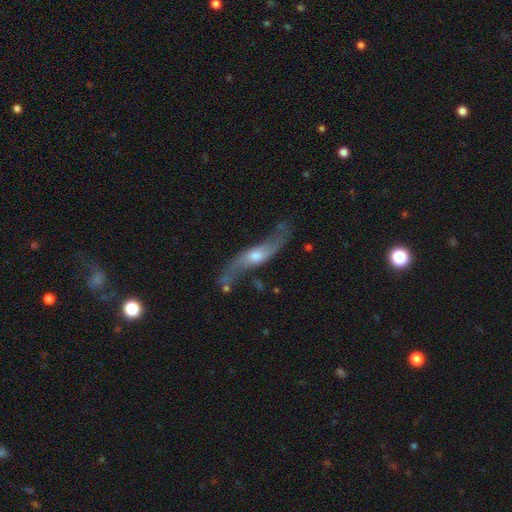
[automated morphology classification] The model was most divided on "bar": no: 55%, weak: 33%, strong: 12%. More confident: spiral arms — yes (90%); smooth or featured — featured or disk (79%); edge-on disk — no (69%); merging — none (61%); bulge size — moderate (58%).